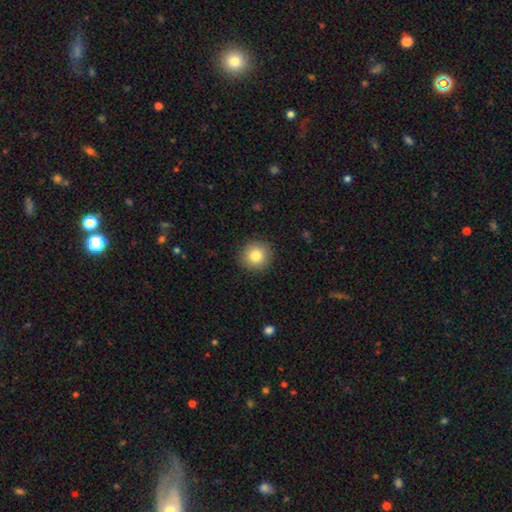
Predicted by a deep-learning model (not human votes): Smooth or featured? smooth (83%)
How rounded? round (93%)
Merging? none (91%)